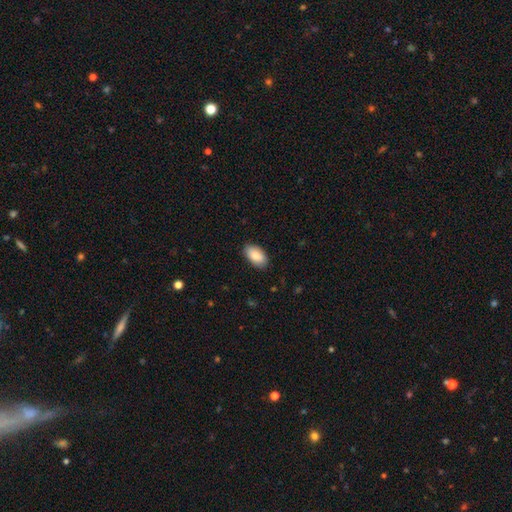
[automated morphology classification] Smooth or featured?
  - smooth: 87% *
  - featured or disk: 7%
  - star or artifact: 6%
How rounded?
  - in between: 95% *
  - round: 3%
  - cigar-shaped: 2%
Merging?
  - none: 87% *
  - minor disturbance: 10%
  - major disturbance: 2%
  - merger: 1%